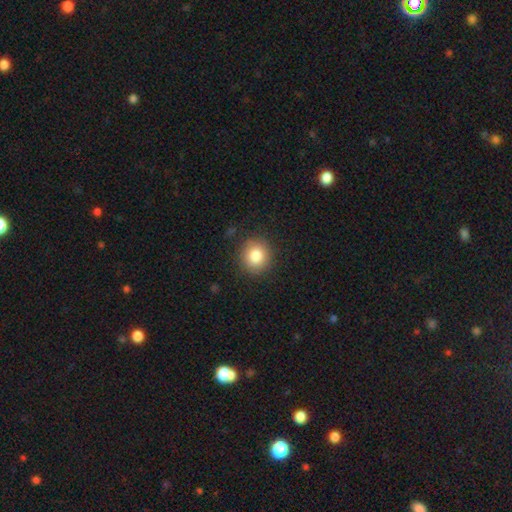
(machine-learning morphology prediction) This appears to be a smooth galaxy with no disk features (84%) that is round (87%). Merging: none (88%).